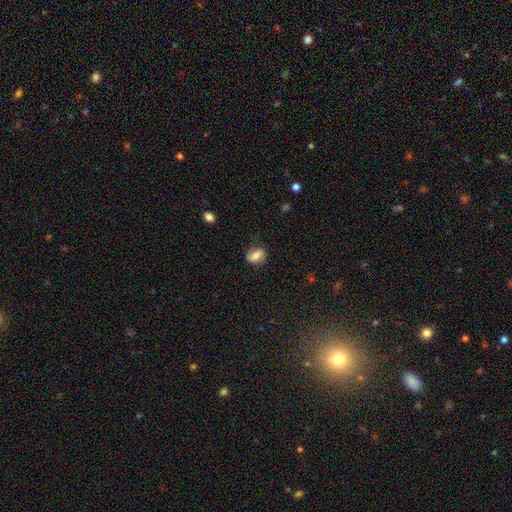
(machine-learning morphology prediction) Q: Smooth or featured?
A: smooth (60%); runner-up: featured or disk (31%)
Q: How rounded?
A: in between (71%); runner-up: round (25%)
Q: Merging?
A: none (73%); runner-up: minor disturbance (19%)